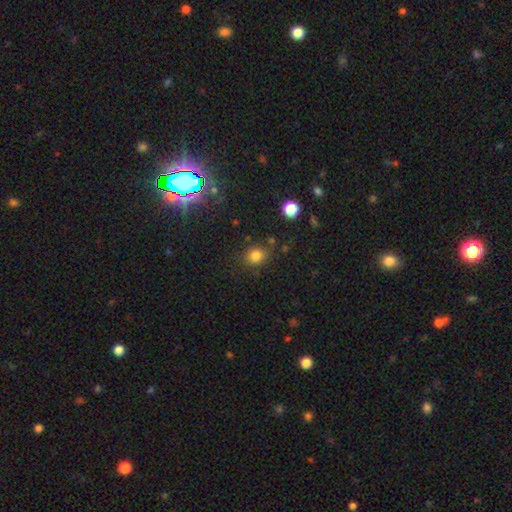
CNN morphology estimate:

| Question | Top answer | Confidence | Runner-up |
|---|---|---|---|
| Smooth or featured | smooth | 80% | star or artifact (15%) |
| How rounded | round | 76% | in between (23%) |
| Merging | none | 80% | minor disturbance (12%) |